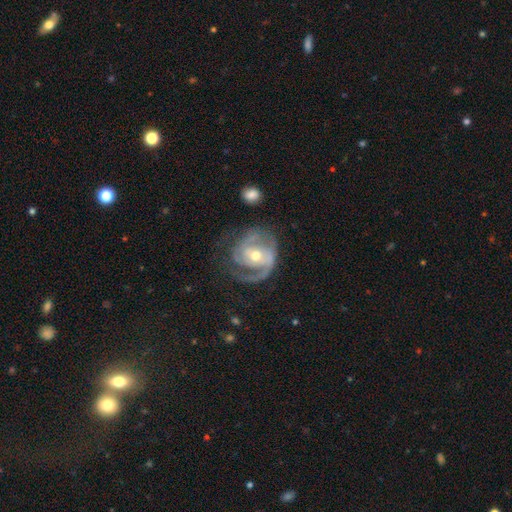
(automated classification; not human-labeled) A featured or disk galaxy (87%) with no bar (53%), 2 (43%) tight (46%) spiral arms (95%) and a moderate central bulge (66%).

Vote fractions:
- Smooth or featured? featured or disk: 87% / smooth: 9% / star or artifact: 5%
- Edge-on disk? no: 97% / yes: 3%
- Bar? no: 53% / weak: 34% / strong: 13%
- Spiral arms? yes: 95% / no: 5%
- Spiral winding? tight: 46% / medium: 39% / loose: 15%
- Spiral arm count? 2: 43% / 1: 29% / can't tell: 12% / 3: 12% / 4: 2% / more than 4: 2%
- Bulge size? moderate: 66% / small: 29% / large: 4% / none: 1% / dominant: 1%
- Merging? none: 57% / major disturbance: 21% / minor disturbance: 20% / merger: 2%